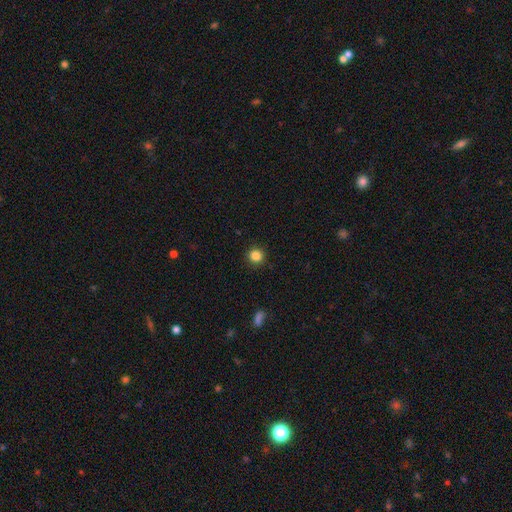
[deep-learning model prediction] This appears to be a smooth galaxy with no disk features (85%) that is round (93%). Merging: none (91%).